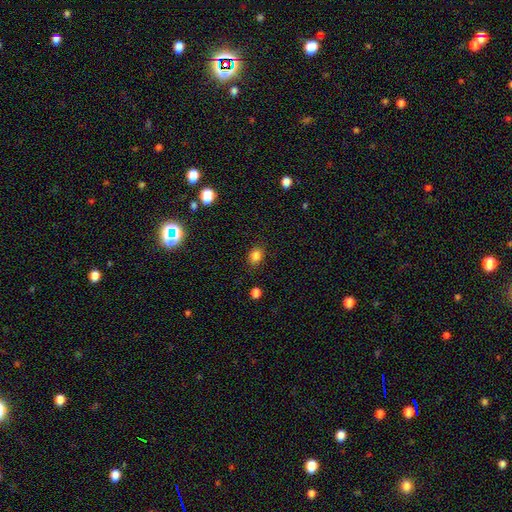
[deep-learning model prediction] Smooth or featured? Predicted: smooth (p=0.83). How rounded? Predicted: in between (p=0.54). Merging? Predicted: none (p=0.84).